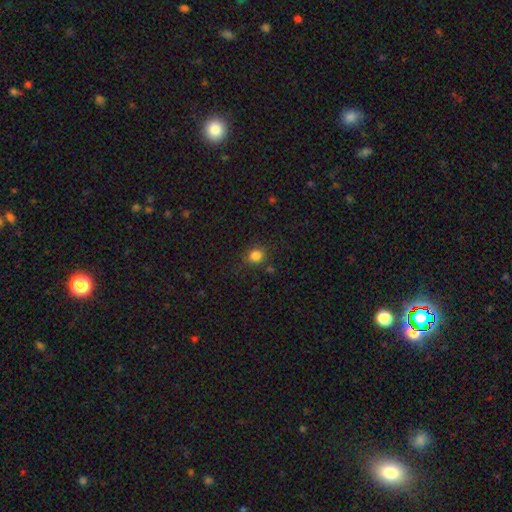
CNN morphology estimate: The model was most divided on "how rounded": round: 80%, in between: 19%, cigar-shaped: 1%. More confident: smooth or featured — smooth (83%); merging — none (81%).